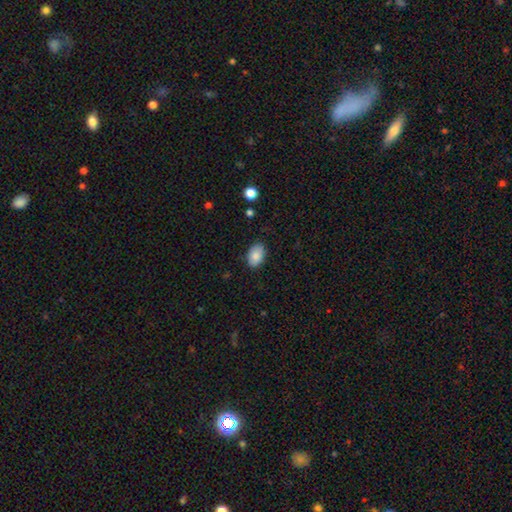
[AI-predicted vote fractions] Smooth or featured: smooth — 87% (star or artifact — 7%)
How rounded: in between — 88% (round — 11%)
Merging: none — 84% (minor disturbance — 13%)